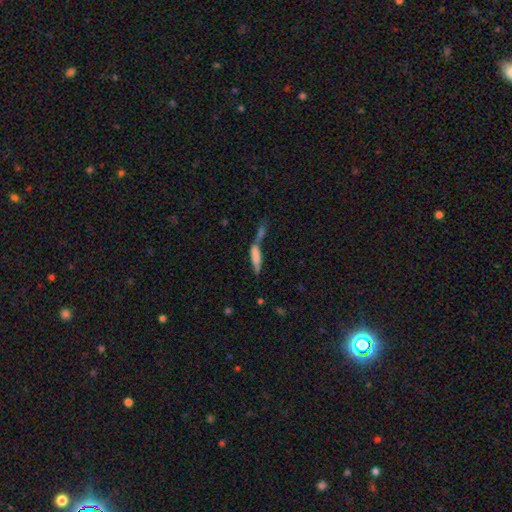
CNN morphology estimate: This appears to be a smooth galaxy with no disk features (67%) that is cigar-shaped (73%). Merging: merger (57%).